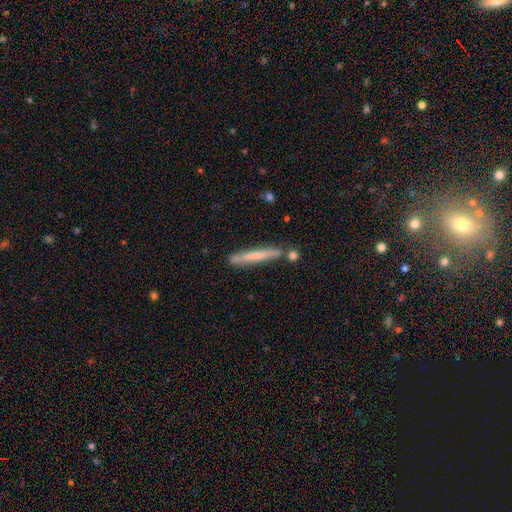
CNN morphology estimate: Smooth or featured?
  - smooth: 58% *
  - featured or disk: 36%
  - star or artifact: 6%
How rounded?
  - cigar-shaped: 96% *
  - in between: 3%
  - round: 1%
Merging?
  - none: 79% *
  - minor disturbance: 12%
  - merger: 6%
  - major disturbance: 2%